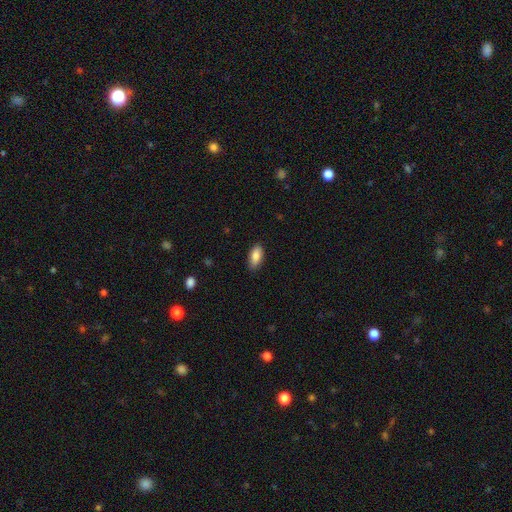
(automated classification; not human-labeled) Smooth or featured? Predicted: smooth (p=0.86). How rounded? Predicted: in between (p=0.90). Merging? Predicted: none (p=0.85).